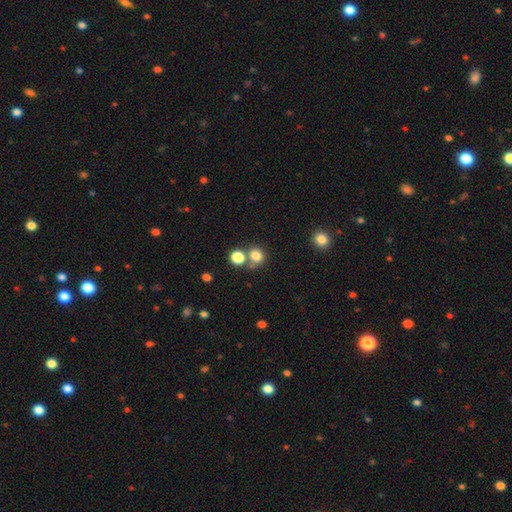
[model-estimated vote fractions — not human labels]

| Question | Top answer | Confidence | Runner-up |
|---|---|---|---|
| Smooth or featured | smooth | 79% | star or artifact (14%) |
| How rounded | round | 81% | in between (18%) |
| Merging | none | 60% | merger (27%) |